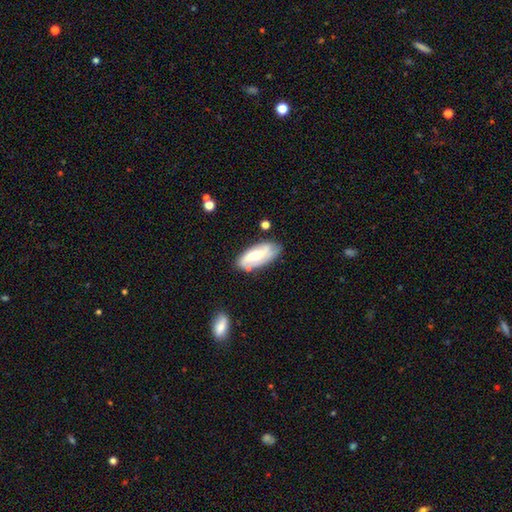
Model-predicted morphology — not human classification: featured or disk 52%, smooth 42%, star or artifact 7%. Down the decision tree: edge-on disk — no (86%); merging — none (67%).